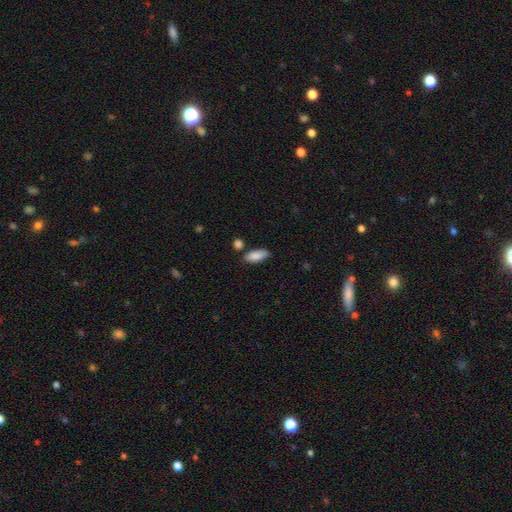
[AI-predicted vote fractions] This appears to be a smooth galaxy with no disk features (86%) that is in between round and cigar-shaped (86%). Merging: none (74%).